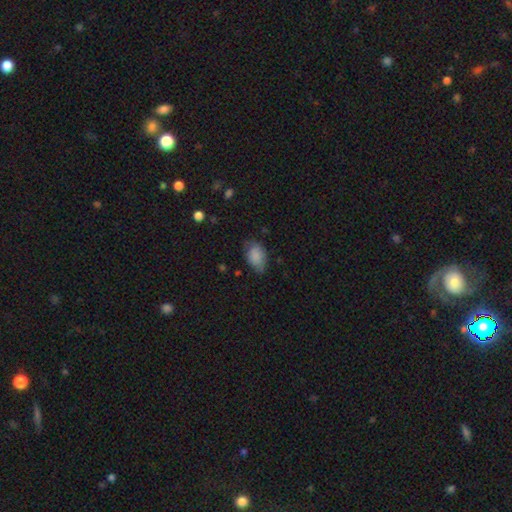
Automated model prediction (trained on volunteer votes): smooth-or-featured: smooth: 84% | featured or disk: 8% | star or artifact: 7%
  how-rounded: in between: 86% | round: 13% | cigar-shaped: 1%
  merging: none: 63% | minor disturbance: 29% | major disturbance: 7% | merger: 1%